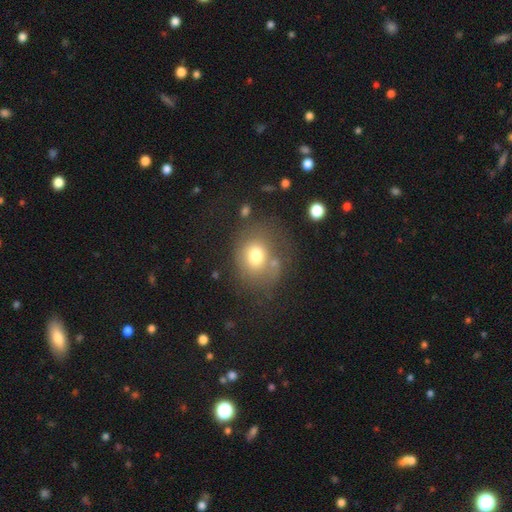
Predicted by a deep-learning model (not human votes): Smooth or featured?
  - smooth: 71% *
  - featured or disk: 17%
  - star or artifact: 12%
How rounded?
  - round: 64% *
  - in between: 35%
  - cigar-shaped: 1%
Merging?
  - none: 57% *
  - minor disturbance: 20%
  - major disturbance: 15%
  - merger: 8%